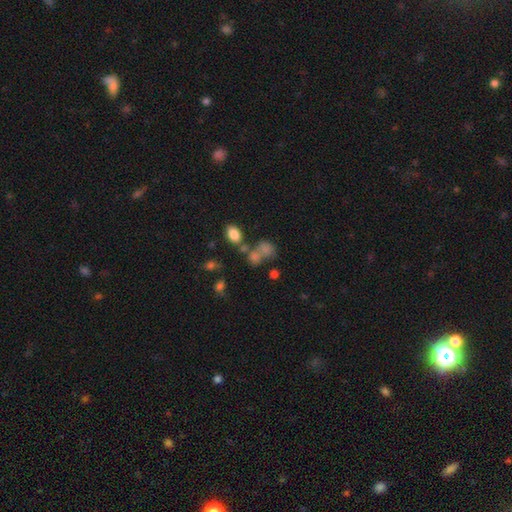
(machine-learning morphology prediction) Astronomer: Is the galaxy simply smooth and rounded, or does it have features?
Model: smooth — 60%.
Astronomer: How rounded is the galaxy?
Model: in between — 55% (runner-up: round, 43%).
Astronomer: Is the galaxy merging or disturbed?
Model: none — 40% (runner-up: merger, 36%).